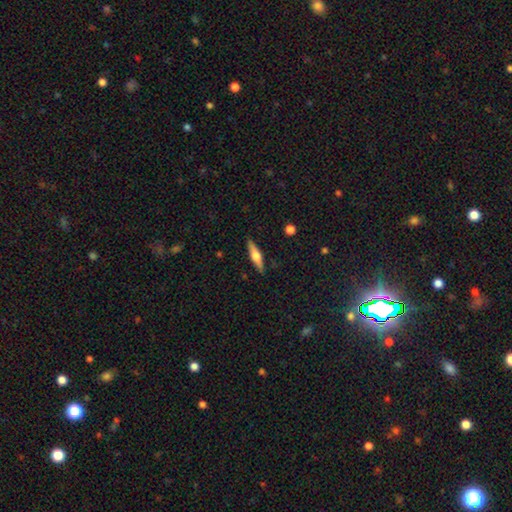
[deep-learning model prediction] A featured or disk galaxy (52%) viewed edge-on (95%).

Vote fractions:
- Smooth or featured? featured or disk: 52% / smooth: 42% / star or artifact: 6%
- Edge-on disk? yes: 95% / no: 5%
- Merging? none: 88% / minor disturbance: 9% / major disturbance: 2% / merger: 1%